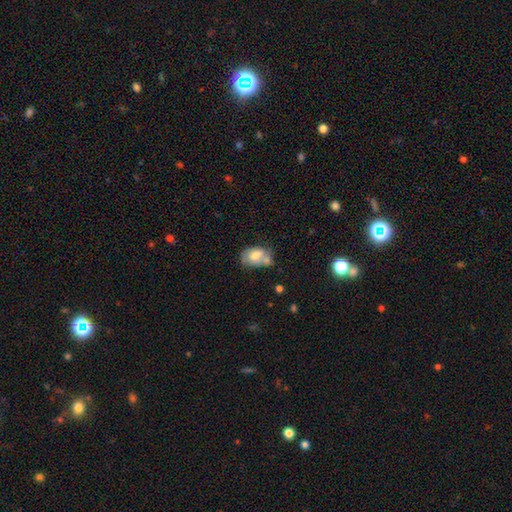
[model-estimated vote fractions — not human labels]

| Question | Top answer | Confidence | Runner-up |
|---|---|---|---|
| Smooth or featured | smooth | 64% | featured or disk (28%) |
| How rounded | in between | 82% | round (16%) |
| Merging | merger | 38% | none (32%) |